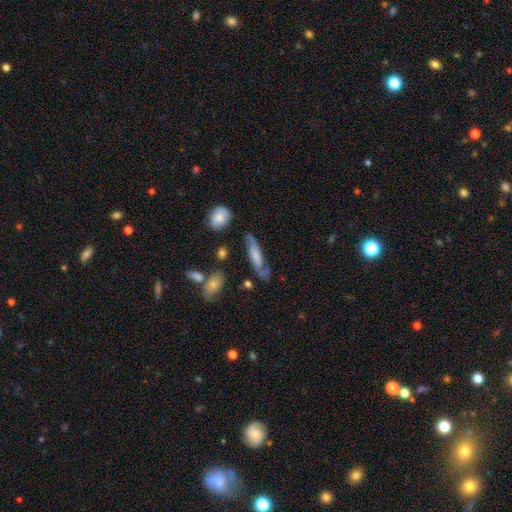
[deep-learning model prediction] Smooth or featured? Predicted: smooth (p=0.48). Merging? Predicted: none (p=0.61).